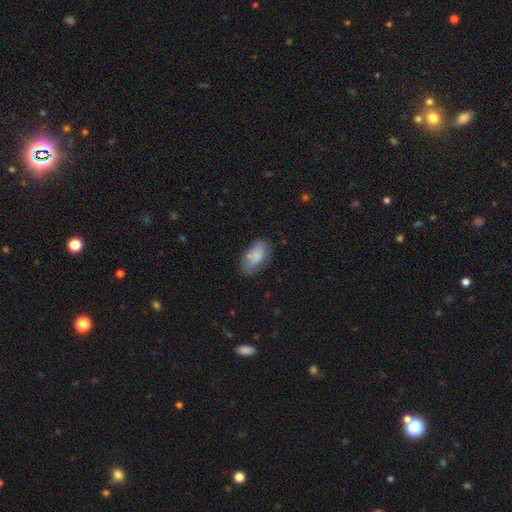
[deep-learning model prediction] smooth_or_featured: smooth (p=0.77) [alt: featured or disk p=0.16]
how_rounded: in between (p=0.92) [alt: round p=0.04]
merging: none (p=0.64) [alt: minor disturbance p=0.24]